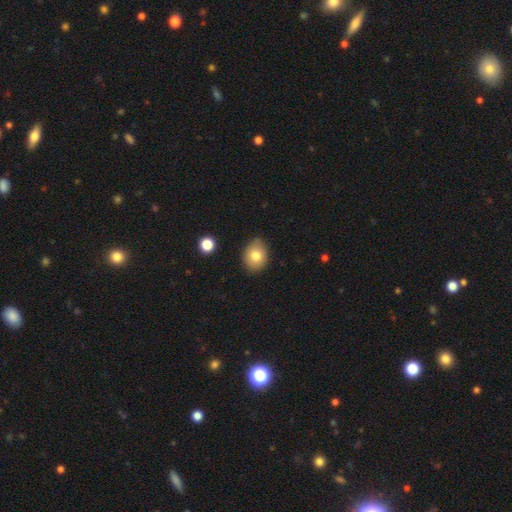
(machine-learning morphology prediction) A smooth galaxy with no disk features (79%) that is in between round and cigar-shaped (51%). Merging: none (79%).